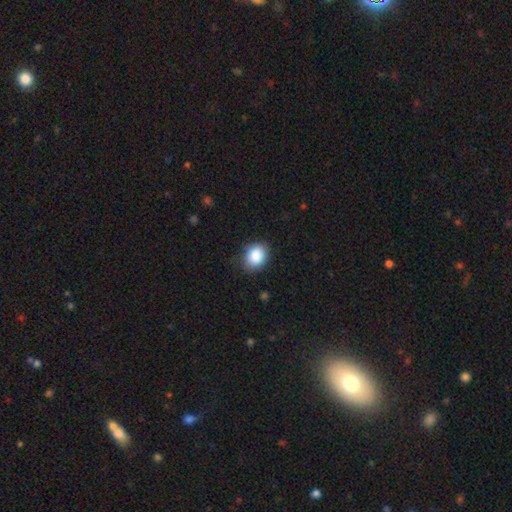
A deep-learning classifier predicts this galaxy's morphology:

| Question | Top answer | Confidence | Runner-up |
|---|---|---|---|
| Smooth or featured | smooth | 88% | star or artifact (8%) |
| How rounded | in between | 50% | round (49%) |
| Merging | none | 79% | minor disturbance (16%) |